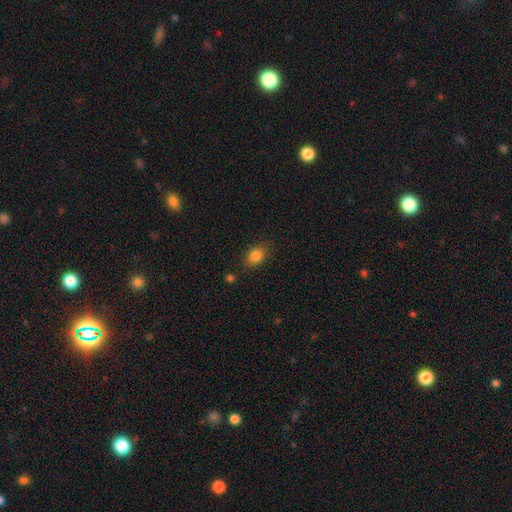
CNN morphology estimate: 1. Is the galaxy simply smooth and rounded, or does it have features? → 84% smooth, 10% star or artifact, 6% featured or disk.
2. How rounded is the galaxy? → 70% in between, 28% round, 2% cigar-shaped.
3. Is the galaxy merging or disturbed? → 80% none, 14% minor disturbance, 3% major disturbance, 3% merger.